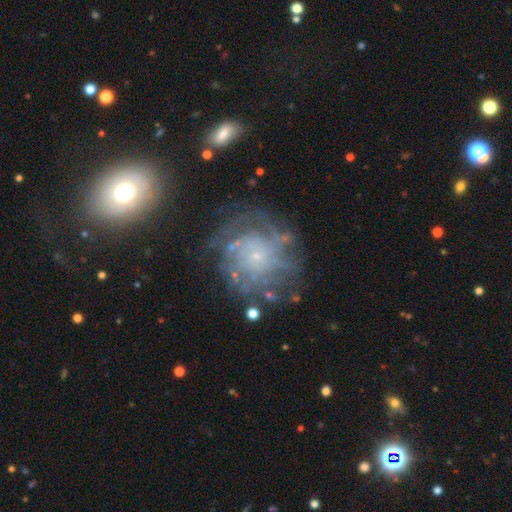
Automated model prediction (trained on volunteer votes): Q: Smooth or featured?
A: featured or disk (72%); runner-up: smooth (17%)
Q: Edge-on disk?
A: no (97%); runner-up: yes (3%)
Q: Bar?
A: no (84%); runner-up: weak (13%)
Q: Spiral arms?
A: yes (81%); runner-up: no (19%)
Q: Spiral winding?
A: tight (65%); runner-up: medium (24%)
Q: Spiral arm count?
A: can't tell (49%); runner-up: 4 (14%)
Q: Bulge size?
A: small (80%); runner-up: moderate (9%)
Q: Merging?
A: none (64%); runner-up: minor disturbance (18%)